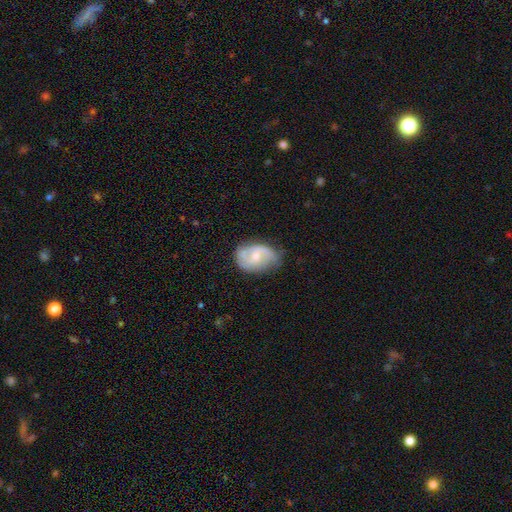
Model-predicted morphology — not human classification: featured or disk 62%, smooth 32%, star or artifact 6%. Down the decision tree: edge-on disk — no (97%); bar — no (58%); spiral arms — yes (83%); bulge size — moderate (48%); merging — none (58%).